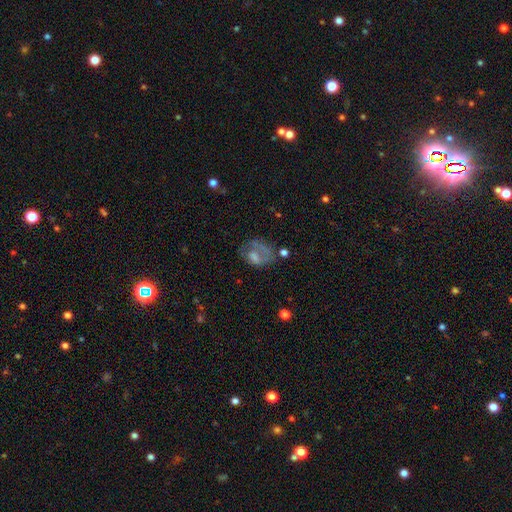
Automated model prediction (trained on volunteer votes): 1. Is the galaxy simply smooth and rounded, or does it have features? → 50% smooth, 38% featured or disk, 12% star or artifact.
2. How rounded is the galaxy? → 68% in between, 30% round, 1% cigar-shaped.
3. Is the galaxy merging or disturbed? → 37% major disturbance, 32% none, 24% minor disturbance, 8% merger.